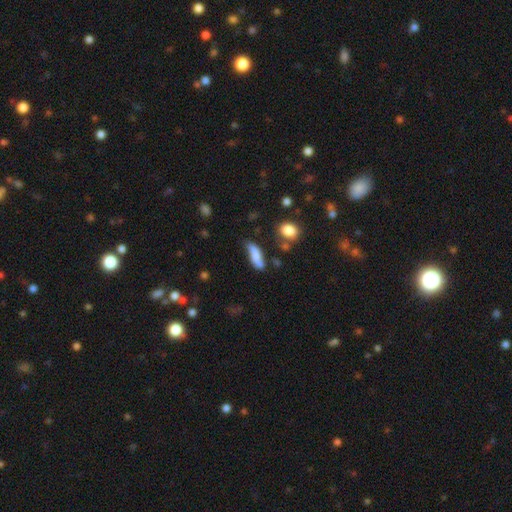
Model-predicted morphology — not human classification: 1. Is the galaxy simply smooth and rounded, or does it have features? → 62% smooth, 30% featured or disk, 8% star or artifact.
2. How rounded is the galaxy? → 50% in between, 46% cigar-shaped, 4% round.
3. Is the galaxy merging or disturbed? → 57% none, 26% minor disturbance, 9% major disturbance, 8% merger.